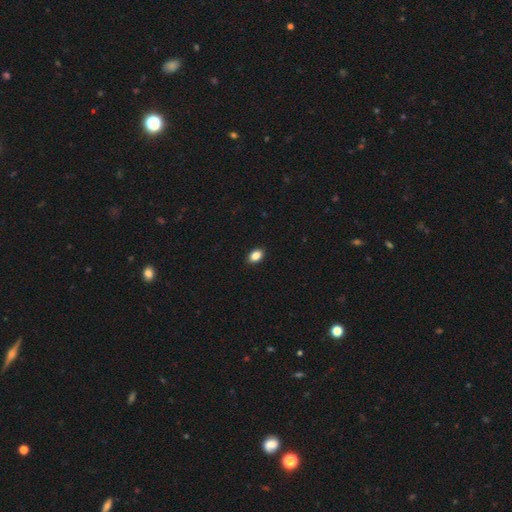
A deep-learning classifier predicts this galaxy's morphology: smooth-or-featured: smooth: 86% | star or artifact: 9% | featured or disk: 5%
  how-rounded: in between: 86% | round: 12% | cigar-shaped: 2%
  merging: none: 89% | minor disturbance: 8% | major disturbance: 2% | merger: 1%